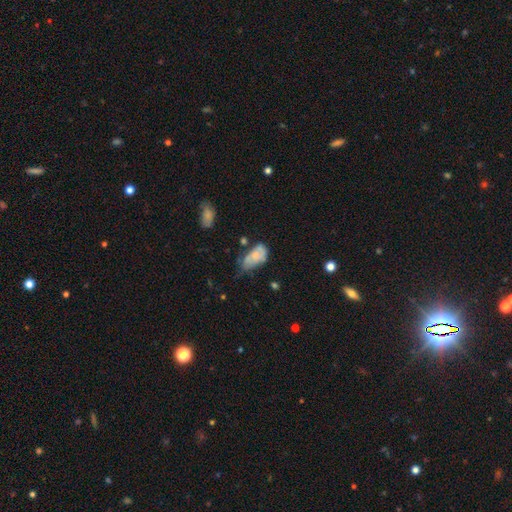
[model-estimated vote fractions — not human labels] Smooth or featured? smooth (60%)
How rounded? in between (92%)
Merging? minor disturbance (41%)